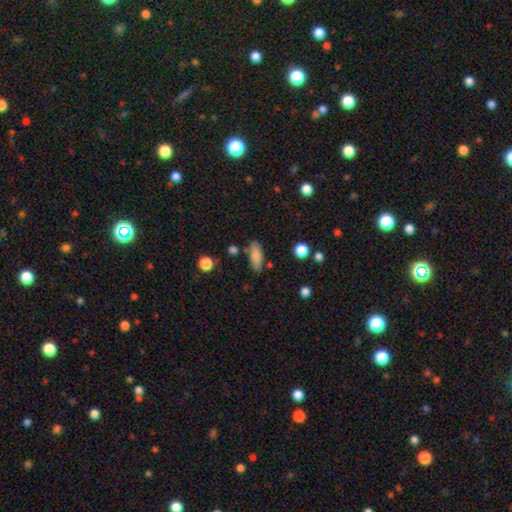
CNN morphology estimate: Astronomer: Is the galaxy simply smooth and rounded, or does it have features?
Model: smooth — 84%.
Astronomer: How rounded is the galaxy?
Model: in between — 76%.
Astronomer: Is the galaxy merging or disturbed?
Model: none — 77%.